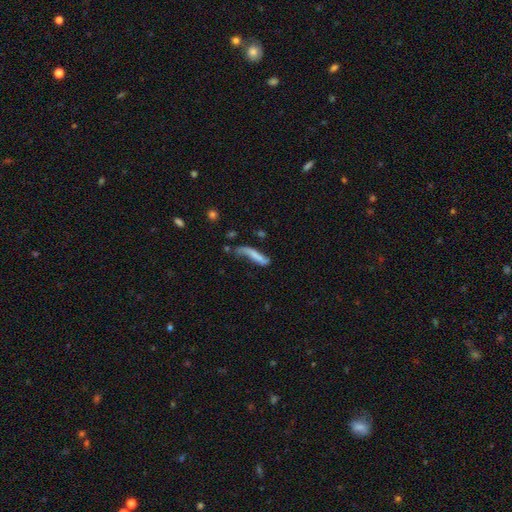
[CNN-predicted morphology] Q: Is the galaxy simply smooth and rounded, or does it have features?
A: smooth — 57%.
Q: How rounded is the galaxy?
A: cigar-shaped — 79%.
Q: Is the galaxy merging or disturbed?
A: none — 37%.